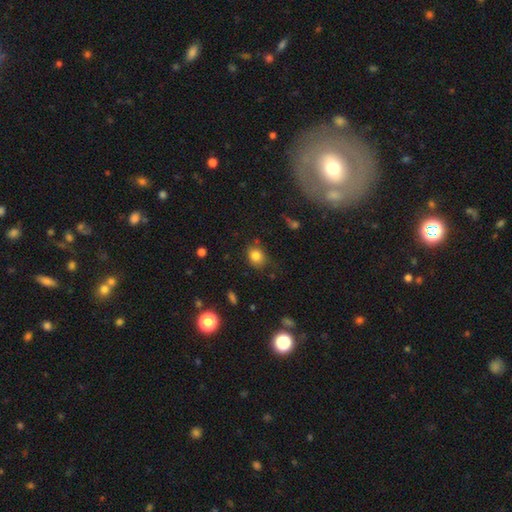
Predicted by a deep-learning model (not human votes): Morphology: type=smooth (81%); roundness=round (57%); merging=none (73%).